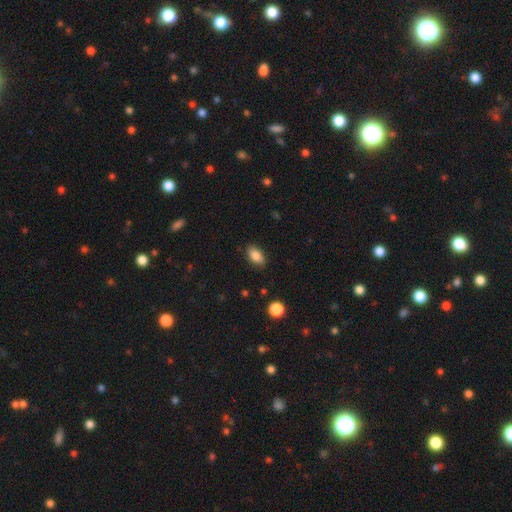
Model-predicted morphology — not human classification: The model was most divided on "merging": none: 86%, minor disturbance: 10%, major disturbance: 2%, merger: 1%. More confident: how rounded — in between (90%); smooth or featured — smooth (85%).